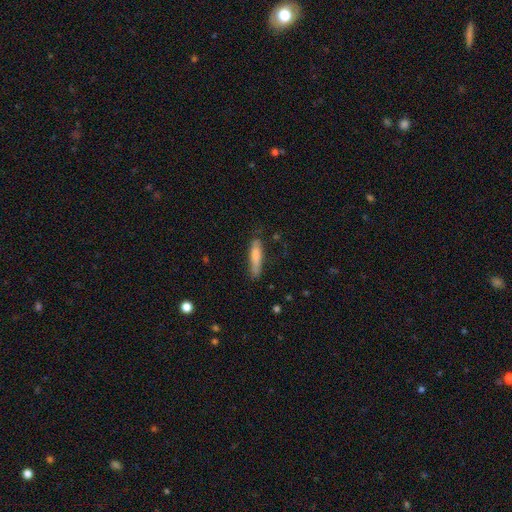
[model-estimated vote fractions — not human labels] smooth 77%, featured or disk 17%, star or artifact 6%. Down the decision tree: how rounded — cigar-shaped (78%); merging — none (65%).